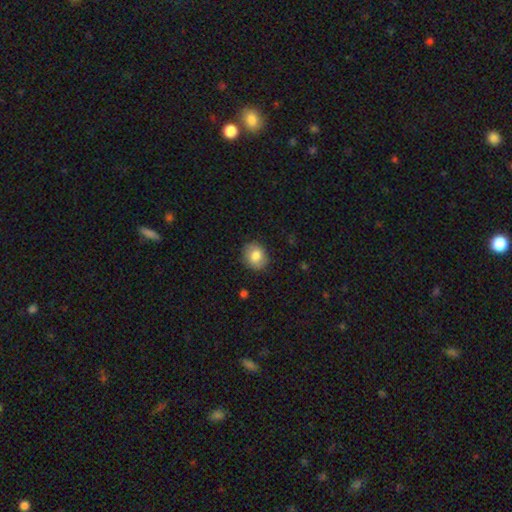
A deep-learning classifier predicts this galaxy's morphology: A smooth galaxy with no disk features (82%) that is round (66%). Merging: none (86%).